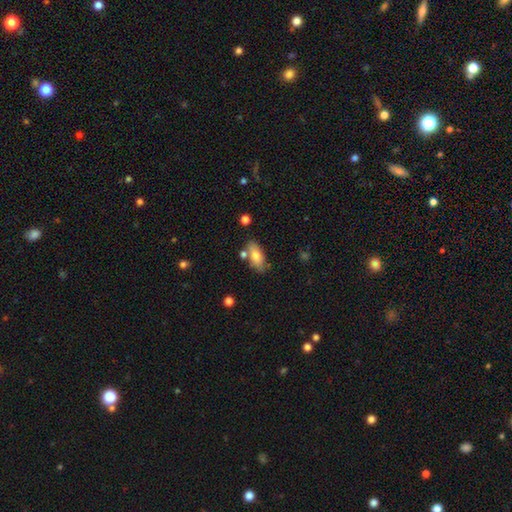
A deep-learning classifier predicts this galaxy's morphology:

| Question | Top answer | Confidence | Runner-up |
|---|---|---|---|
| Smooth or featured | smooth | 74% | featured or disk (18%) |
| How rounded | in between | 83% | cigar-shaped (13%) |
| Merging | none | 69% | minor disturbance (16%) |